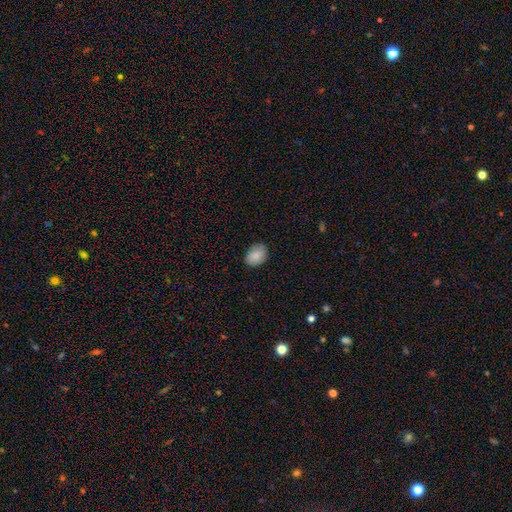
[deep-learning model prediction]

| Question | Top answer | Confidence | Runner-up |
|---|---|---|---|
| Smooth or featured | smooth | 86% | star or artifact (7%) |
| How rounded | in between | 71% | round (28%) |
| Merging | none | 80% | minor disturbance (16%) |